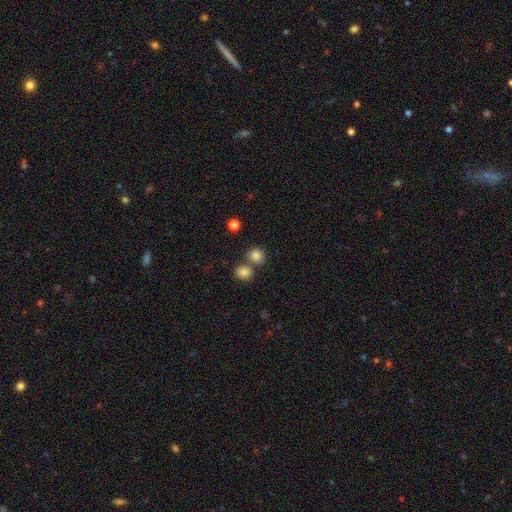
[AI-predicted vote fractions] smooth 84%, star or artifact 11%, featured or disk 5%. Down the decision tree: how rounded — round (83%); merging — none (62%).